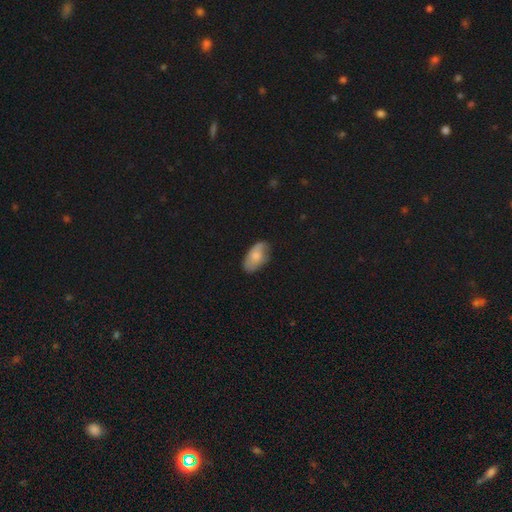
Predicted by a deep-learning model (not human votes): Smooth or featured? smooth (69%)
How rounded? in between (94%)
Merging? none (67%)